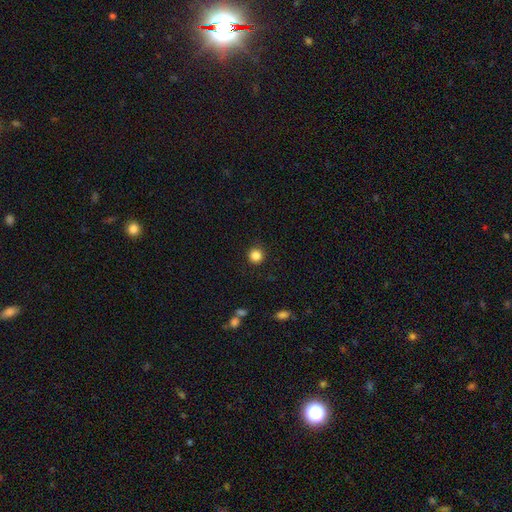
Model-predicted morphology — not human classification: A smooth galaxy with no disk features (85%) that is round (95%). Merging: none (91%).